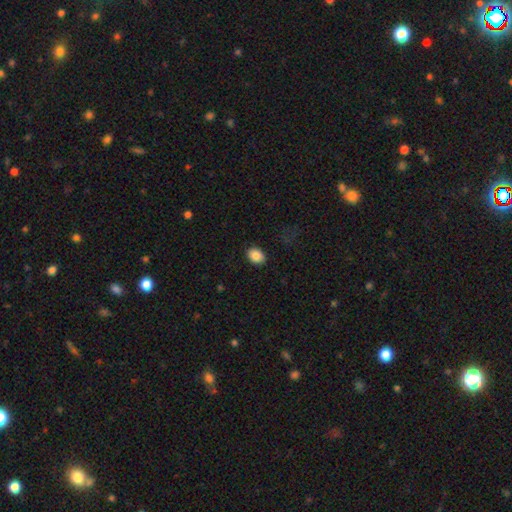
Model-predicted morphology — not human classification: Smooth or featured? smooth (87%)
How rounded? in between (68%)
Merging? none (89%)